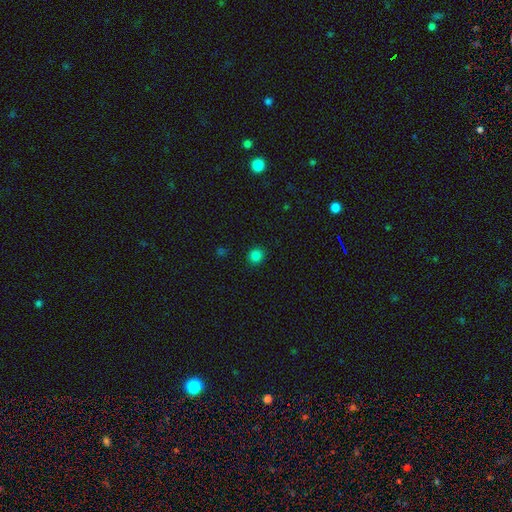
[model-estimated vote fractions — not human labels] Smooth or featured: smooth — 83% (star or artifact — 14%)
How rounded: round — 85% (in between — 14%)
Merging: none — 90% (minor disturbance — 6%)